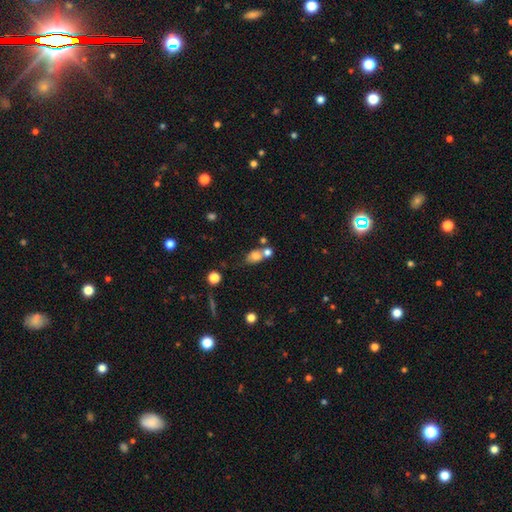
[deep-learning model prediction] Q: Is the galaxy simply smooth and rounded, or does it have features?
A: smooth — 72%.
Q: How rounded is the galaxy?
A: in between — 64%.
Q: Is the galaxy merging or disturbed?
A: none — 43%.